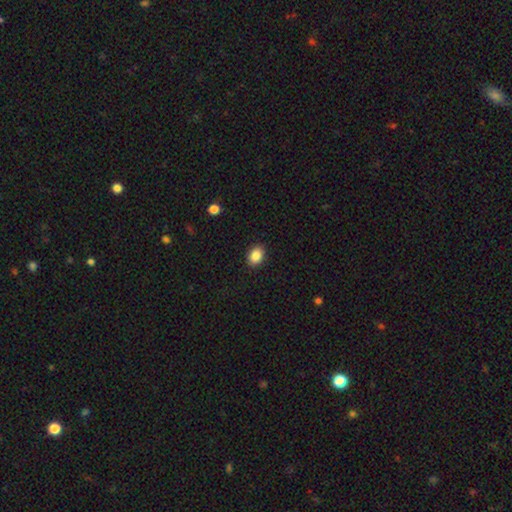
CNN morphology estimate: This is clearly a smooth galaxy (87%). How rounded: likely in between (74%). Merging: clearly none (90%).